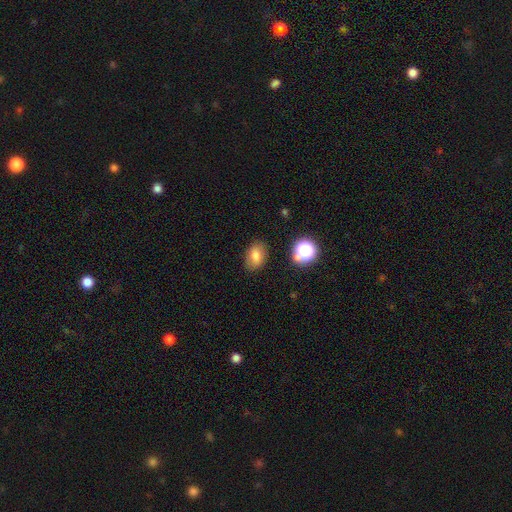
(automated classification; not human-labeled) A smooth galaxy with no disk features (76%) that is in between round and cigar-shaped (80%). Merging: none (82%).